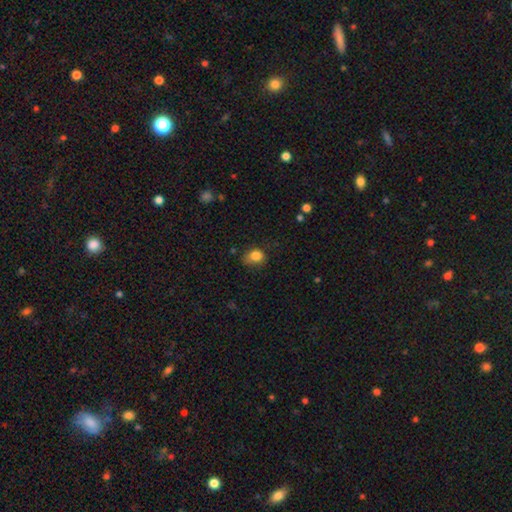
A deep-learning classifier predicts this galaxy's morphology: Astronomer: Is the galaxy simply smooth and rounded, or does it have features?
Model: smooth — 83%.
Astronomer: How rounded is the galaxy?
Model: in between — 53% (runner-up: round, 46%).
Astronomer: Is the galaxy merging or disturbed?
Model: none — 52% (runner-up: minor disturbance, 33%).